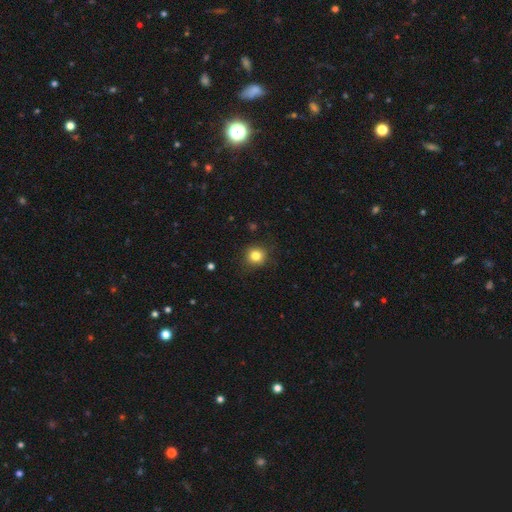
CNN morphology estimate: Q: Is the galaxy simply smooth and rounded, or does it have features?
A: smooth — 82%.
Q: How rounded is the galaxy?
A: round — 90%.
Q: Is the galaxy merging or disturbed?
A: none — 88%.